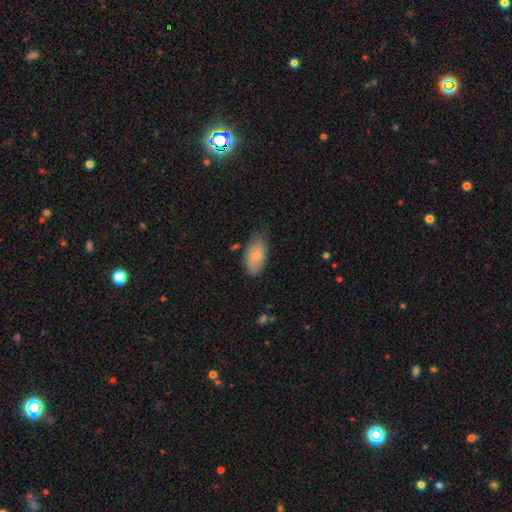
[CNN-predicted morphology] This appears to be a smooth galaxy with no disk features (78%) that is in between round and cigar-shaped (93%). Merging: none (65%).